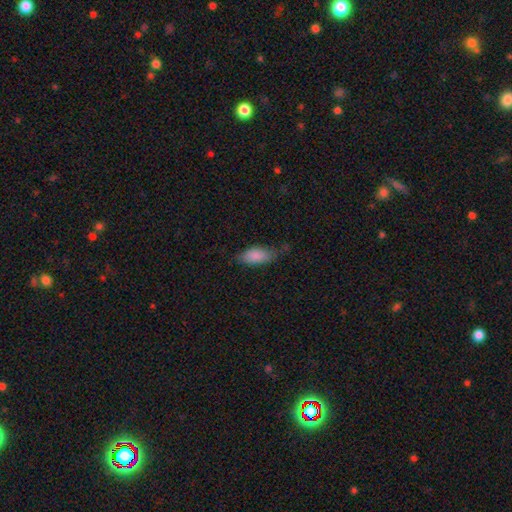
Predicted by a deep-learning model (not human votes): smooth 85%, featured or disk 8%, star or artifact 7%. Down the decision tree: how rounded — in between (86%); merging — none (58%).